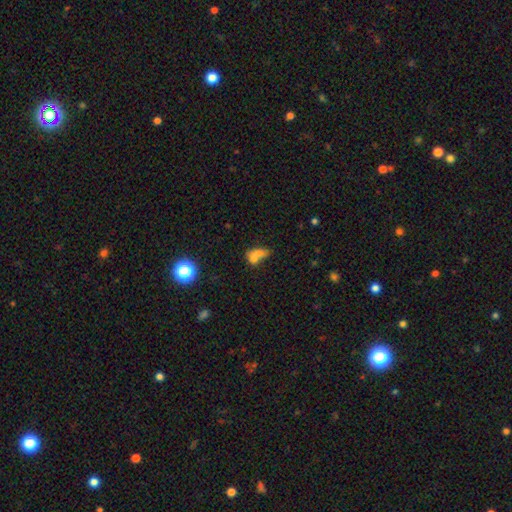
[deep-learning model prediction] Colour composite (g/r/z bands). It shows a smooth galaxy with no disk features (68%) that is in between round and cigar-shaped (61%). Merging: merger (64%).